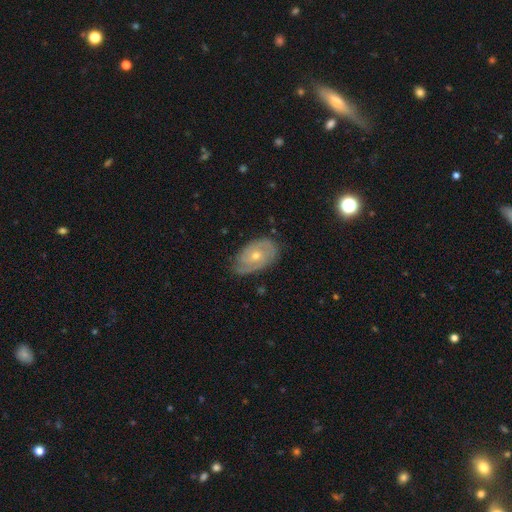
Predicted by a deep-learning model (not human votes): Overall: featured or disk (71%). Edge-on disk: no (94%). Bar: no (77%). Spiral arms: yes (85%). Spiral arm count: 2 (46%; can't tell 33%). Spiral winding: tight (61%; medium 29%). Bulge size: small (50%; moderate 47%). Merging: none (73%).